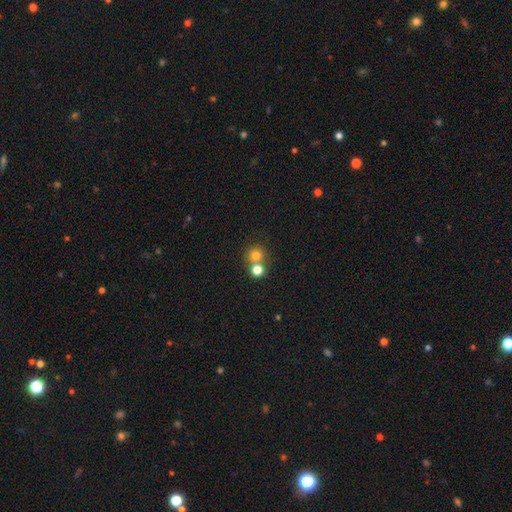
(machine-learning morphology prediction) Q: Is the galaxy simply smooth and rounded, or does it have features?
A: smooth — 77%.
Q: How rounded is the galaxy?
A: round — 91%.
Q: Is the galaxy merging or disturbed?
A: none — 55%.